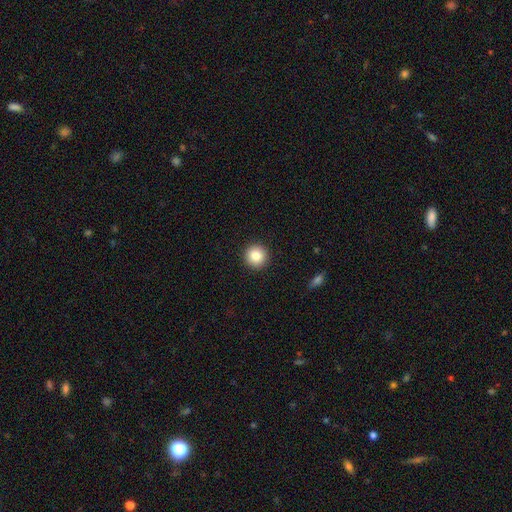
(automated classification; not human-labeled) Morphology: type=smooth (84%); roundness=round (96%); merging=none (93%).